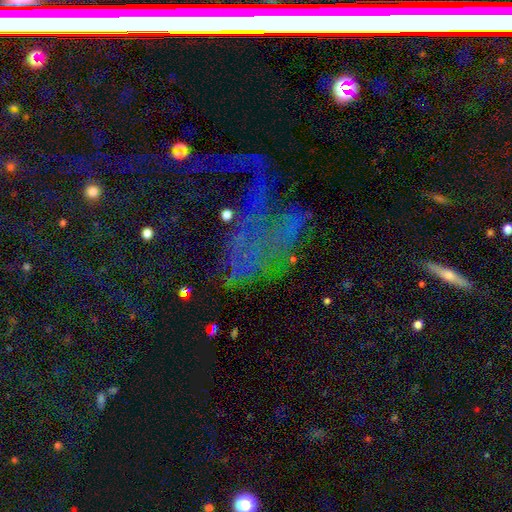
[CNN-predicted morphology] Smooth or featured: star or artifact — 50% (featured or disk — 27%)